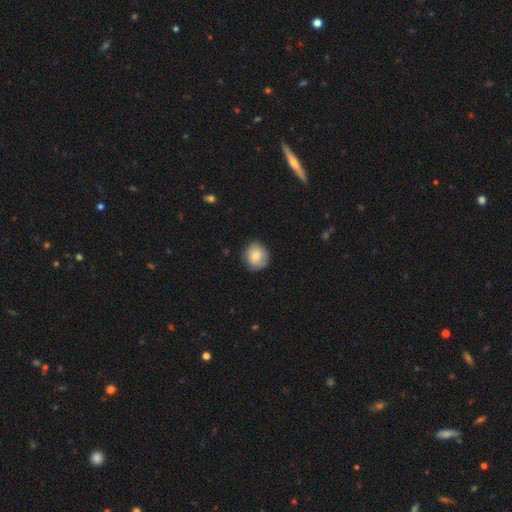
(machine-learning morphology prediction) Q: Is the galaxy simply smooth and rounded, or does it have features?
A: smooth — 77%.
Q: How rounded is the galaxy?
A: round — 82%.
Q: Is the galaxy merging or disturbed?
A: none — 81%.